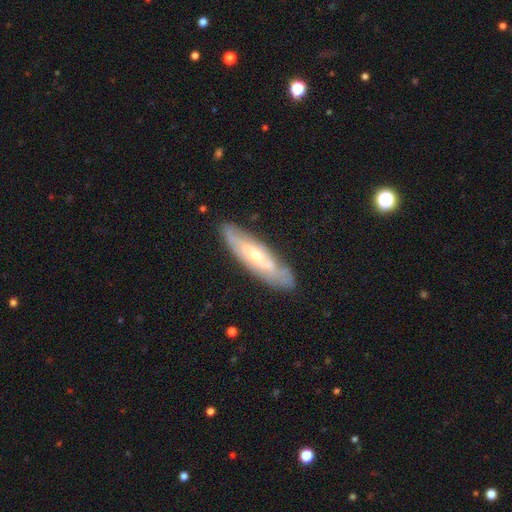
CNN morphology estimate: A featured or disk galaxy (68%). Merging: none (81%).